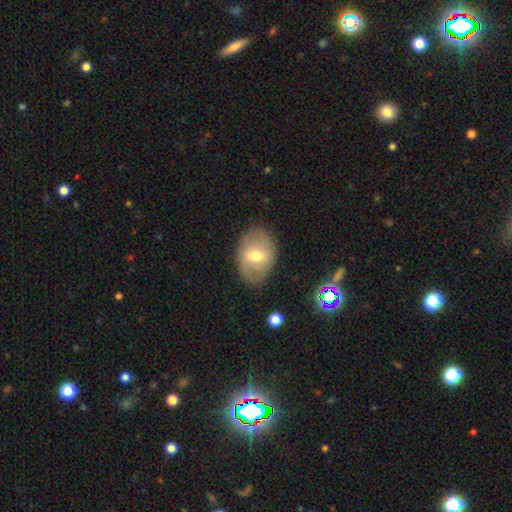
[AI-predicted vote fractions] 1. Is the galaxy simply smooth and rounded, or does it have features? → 52% smooth, 39% featured or disk, 8% star or artifact.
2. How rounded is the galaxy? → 73% in between, 26% round, 1% cigar-shaped.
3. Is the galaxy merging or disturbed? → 80% none, 14% minor disturbance, 4% major disturbance, 1% merger.